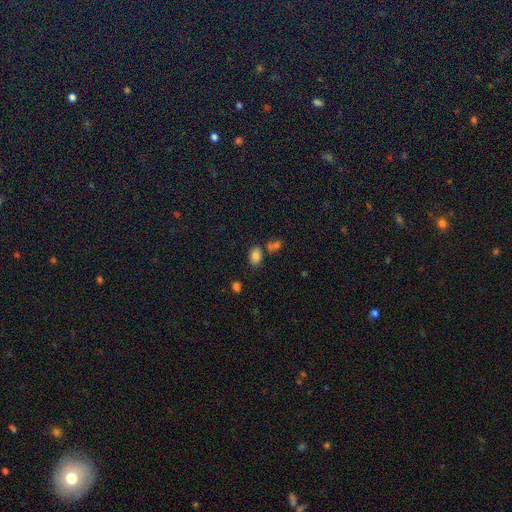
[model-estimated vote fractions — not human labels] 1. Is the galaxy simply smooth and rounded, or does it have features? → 82% smooth, 12% star or artifact, 7% featured or disk.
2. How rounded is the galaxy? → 87% in between, 12% round, 1% cigar-shaped.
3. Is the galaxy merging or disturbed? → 69% none, 14% merger, 13% minor disturbance, 4% major disturbance.